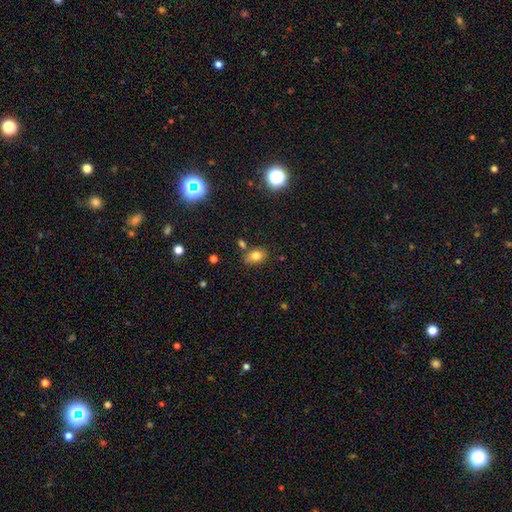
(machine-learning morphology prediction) This appears to be a smooth galaxy with no disk features (78%) that is in between round and cigar-shaped (70%). Merging: none (70%).